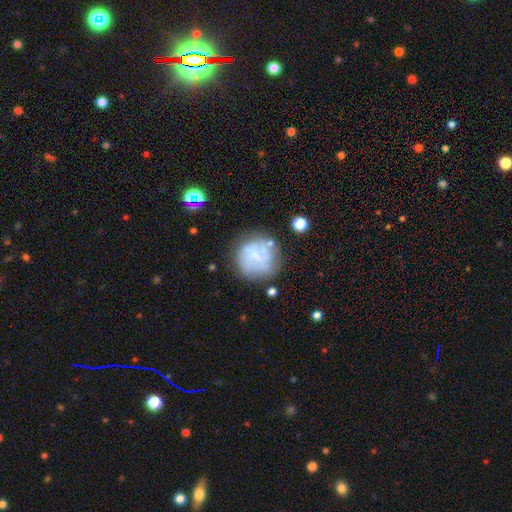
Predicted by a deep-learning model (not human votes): smooth 46%, featured or disk 44%, star or artifact 10%. Down the decision tree: merging — none (59%).